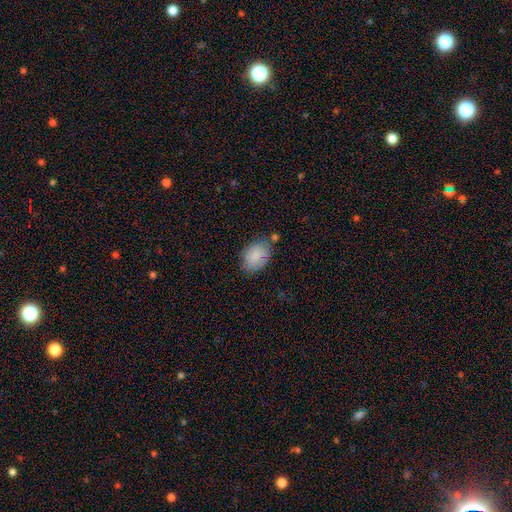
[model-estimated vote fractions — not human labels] This is clearly a smooth galaxy (86%). How rounded: clearly in between (82%). Merging: likely none (71%).